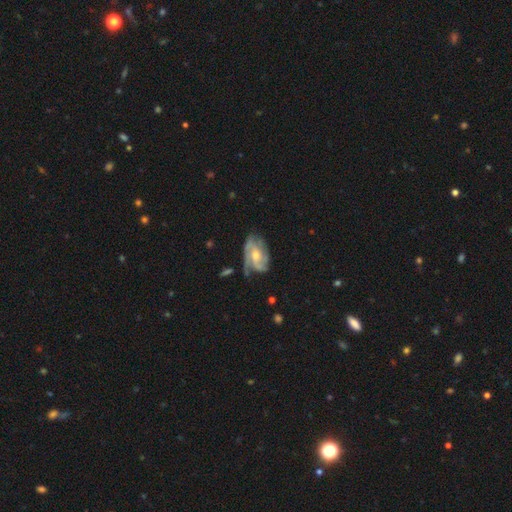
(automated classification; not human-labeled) Smooth or featured?
  - featured or disk: 85% *
  - smooth: 10%
  - star or artifact: 5%
Edge-on disk?
  - no: 97% *
  - yes: 3%
Bar?
  - no: 55% *
  - weak: 36%
  - strong: 9%
Spiral arms?
  - yes: 95% *
  - no: 5%
Spiral winding?
  - medium: 45% *
  - tight: 39%
  - loose: 16%
Spiral arm count?
  - 3: 35% *
  - 2: 33%
  - can't tell: 15%
  - 4: 7%
  - 1: 5%
  - more than 4: 4%
Bulge size?
  - moderate: 60% *
  - small: 32%
  - large: 4%
  - none: 3%
  - dominant: 1%
Merging?
  - none: 59% *
  - minor disturbance: 24%
  - major disturbance: 13%
  - merger: 3%